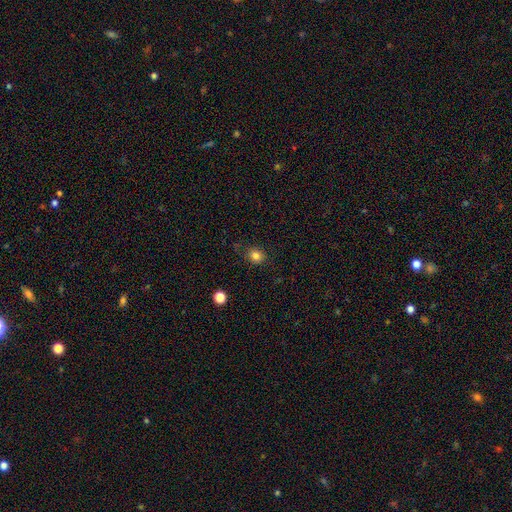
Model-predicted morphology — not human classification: type=smooth (82%); roundness=round (66%); merging=none (83%).